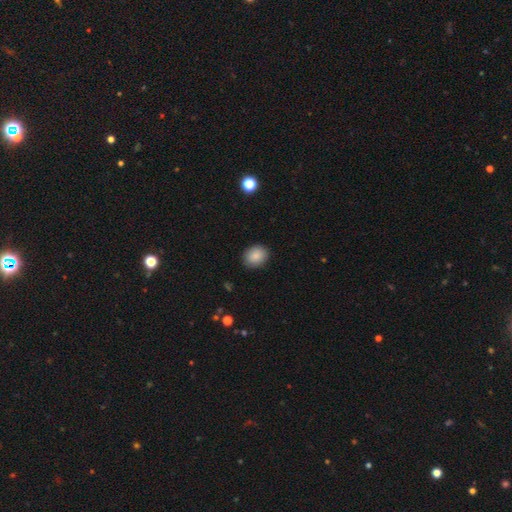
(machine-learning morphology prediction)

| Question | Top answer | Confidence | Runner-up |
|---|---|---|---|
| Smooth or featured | smooth | 87% | star or artifact (8%) |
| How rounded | round | 53% | in between (46%) |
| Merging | none | 88% | minor disturbance (9%) |